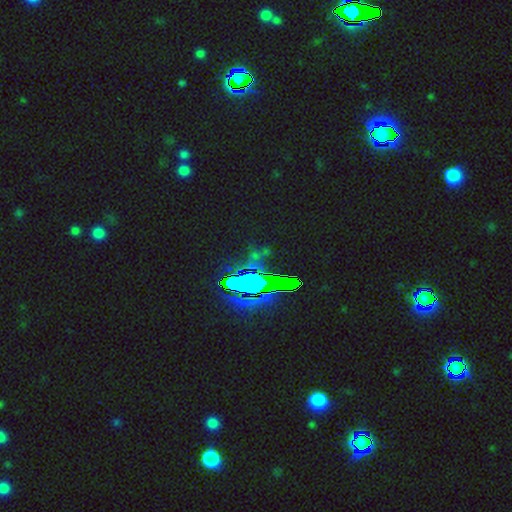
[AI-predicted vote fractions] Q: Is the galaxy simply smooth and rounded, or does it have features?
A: star or artifact — 77%.